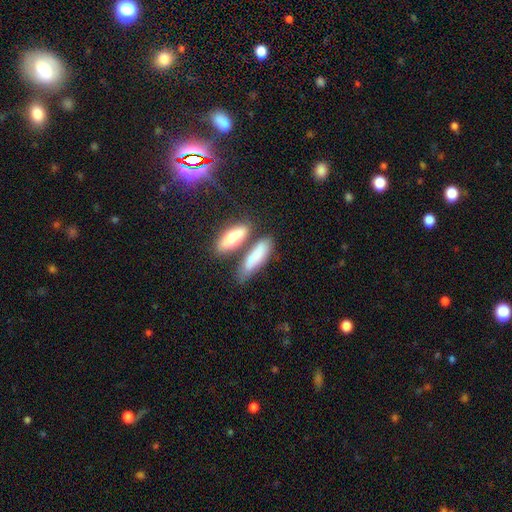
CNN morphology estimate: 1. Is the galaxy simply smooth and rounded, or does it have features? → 76% smooth, 17% featured or disk, 6% star or artifact.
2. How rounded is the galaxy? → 51% in between, 46% cigar-shaped, 3% round.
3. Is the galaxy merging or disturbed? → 49% none, 29% merger, 16% minor disturbance, 6% major disturbance.